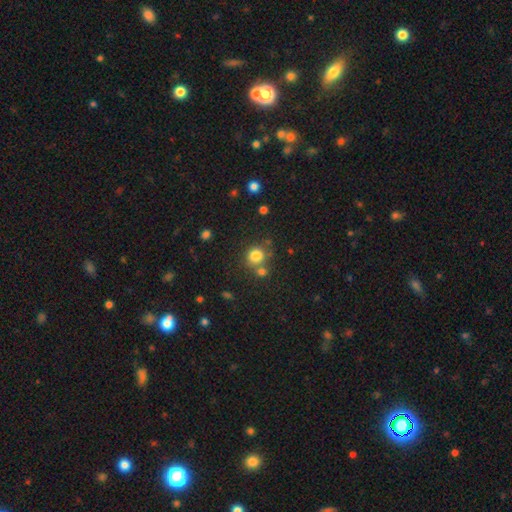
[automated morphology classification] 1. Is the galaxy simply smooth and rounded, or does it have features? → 81% smooth, 12% star or artifact, 7% featured or disk.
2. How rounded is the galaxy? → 81% round, 18% in between, 1% cigar-shaped.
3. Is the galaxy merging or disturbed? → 60% none, 23% merger, 12% minor disturbance, 5% major disturbance.